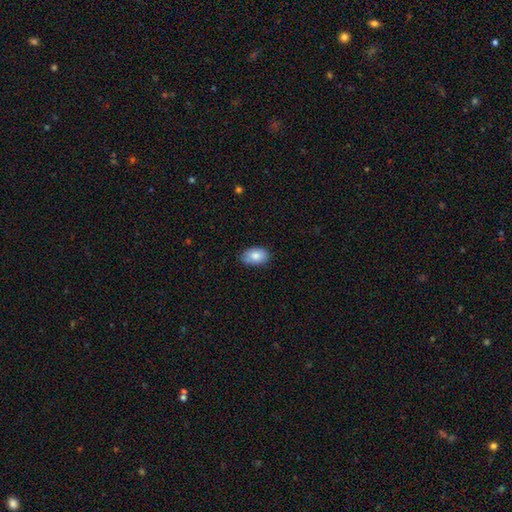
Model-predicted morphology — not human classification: type=smooth (84%); roundness=in between (89%); merging=none (78%).